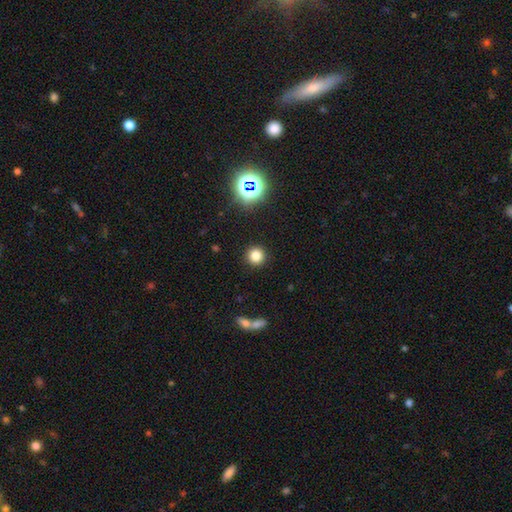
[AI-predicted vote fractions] smooth-or-featured: smooth: 78% | star or artifact: 16% | featured or disk: 5%
  how-rounded: round: 93% | in between: 6% | cigar-shaped: 1%
  merging: none: 91% | minor disturbance: 5% | major disturbance: 2% | merger: 2%